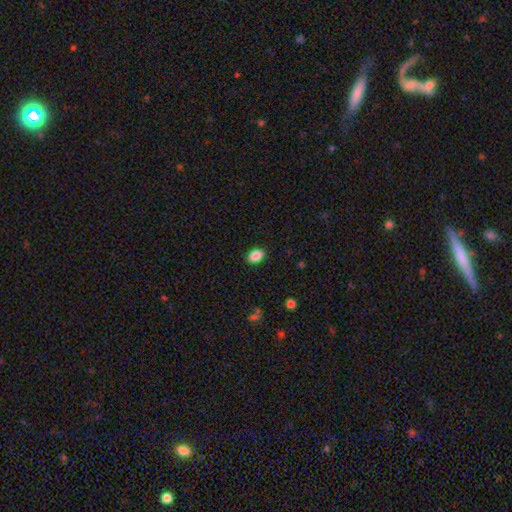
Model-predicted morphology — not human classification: The model was most divided on "how rounded": in between: 88%, round: 11%, cigar-shaped: 1%. More confident: merging — none (89%); smooth or featured — smooth (88%).